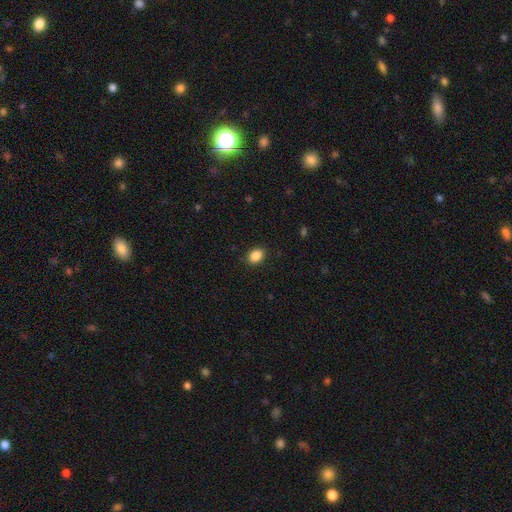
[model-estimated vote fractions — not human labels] The model was most divided on "how rounded": in between: 71%, round: 27%, cigar-shaped: 1%. More confident: merging — none (89%); smooth or featured — smooth (88%).